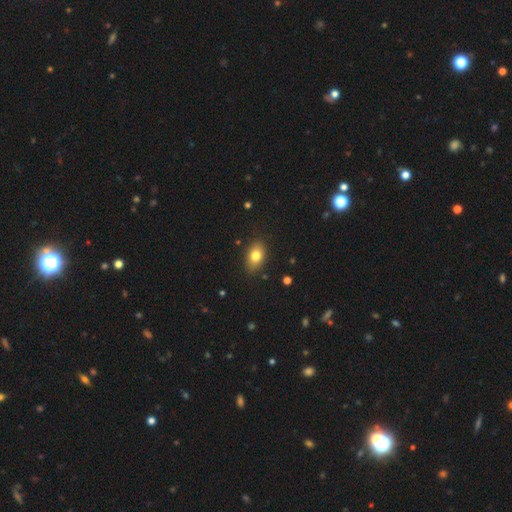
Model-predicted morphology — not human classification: type=smooth (79%); roundness=in between (85%); merging=none (85%).